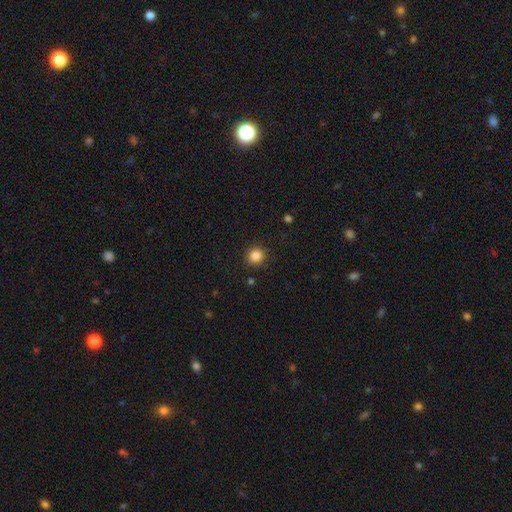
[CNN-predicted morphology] This is clearly a smooth galaxy (85%). How rounded: clearly round (91%). Merging: clearly none (90%).